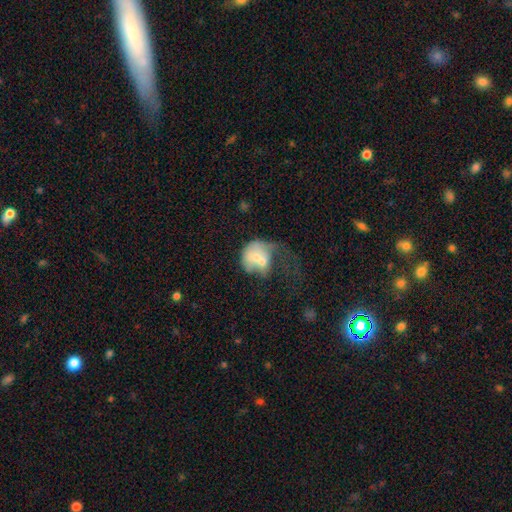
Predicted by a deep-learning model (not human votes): smooth-or-featured: smooth: 58% | featured or disk: 34% | star or artifact: 8%
  how-rounded: round: 62% | in between: 37% | cigar-shaped: 1%
  merging: merger: 41% | major disturbance: 33% | none: 14% | minor disturbance: 12%